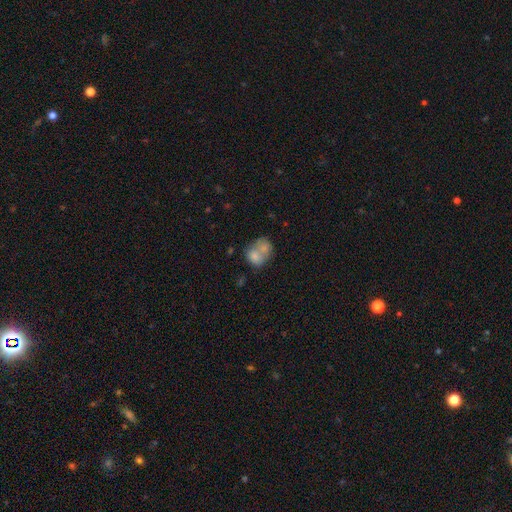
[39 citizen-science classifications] A smooth galaxy with no disk features (77%) that is in between round and cigar-shaped (63%).

Vote fractions:
- Smooth or featured? smooth: 77% / featured or disk: 21% / star or artifact: 3%
- How rounded? in between: 63% / round: 37% / cigar-shaped: 0%
- Merging? merger: 68% / none: 24% / minor disturbance: 5% / major disturbance: 3%